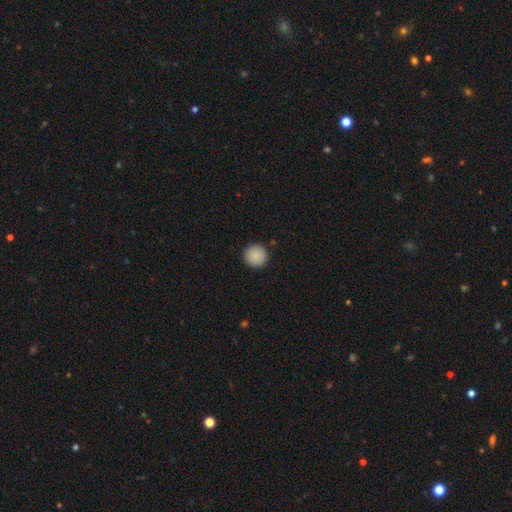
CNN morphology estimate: Overall: smooth (88%). How rounded: round (96%). Merging: none (92%).